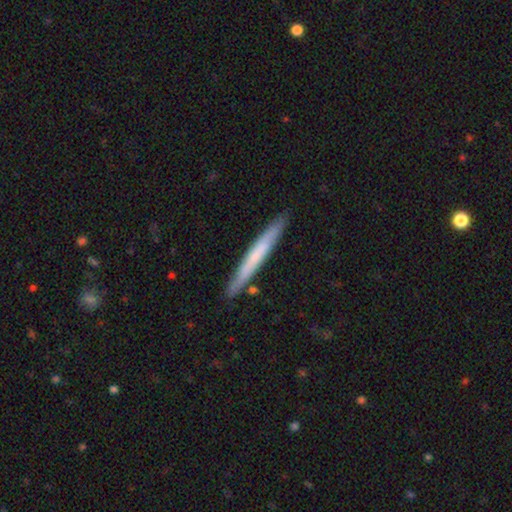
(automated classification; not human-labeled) A smooth galaxy with no disk features (57%) that is cigar-shaped (97%).

Vote fractions:
- Smooth or featured? smooth: 57% / featured or disk: 38% / star or artifact: 5%
- How rounded? cigar-shaped: 97% / in between: 2% / round: 1%
- Merging? none: 89% / minor disturbance: 8% / merger: 2% / major disturbance: 1%